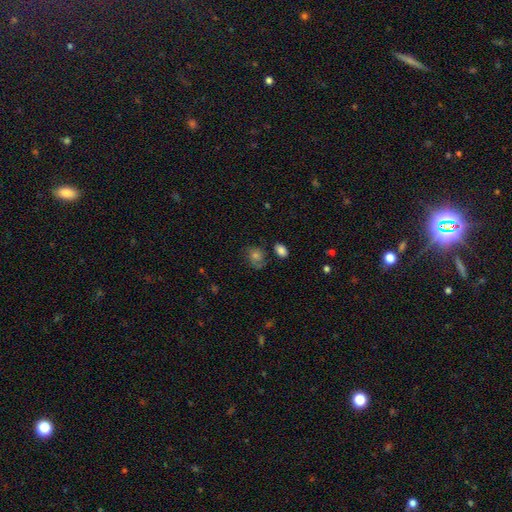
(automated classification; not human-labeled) Smooth or featured: smooth — 56% (featured or disk — 26%)
How rounded: round — 59% (in between — 39%)
Merging: none — 61% (minor disturbance — 21%)